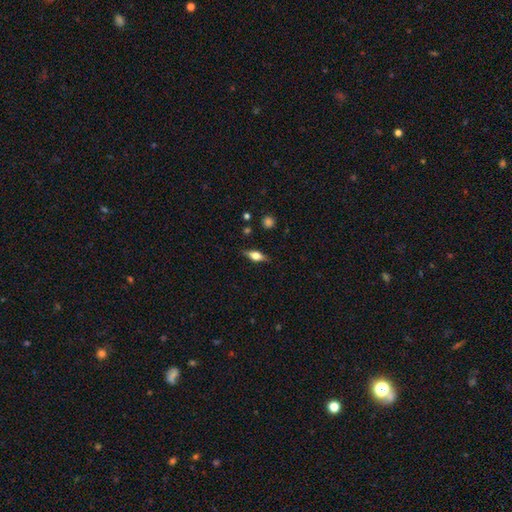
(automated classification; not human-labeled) Smooth or featured: featured or disk — 47% (smooth — 45%)
Merging: none — 84% (minor disturbance — 12%)